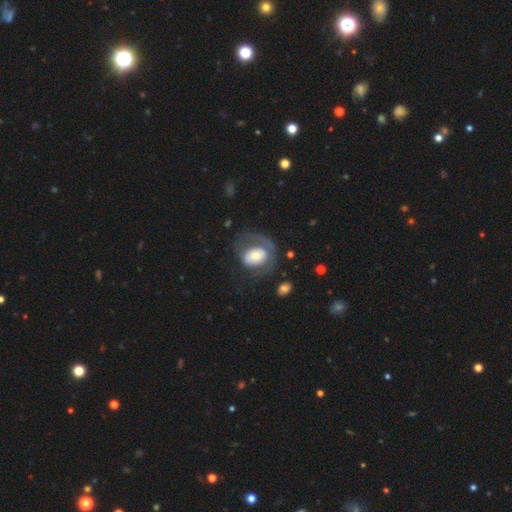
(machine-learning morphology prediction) featured or disk 50%, smooth 43%, star or artifact 7%. Down the decision tree: edge-on disk — no (95%); merging — none (40%).